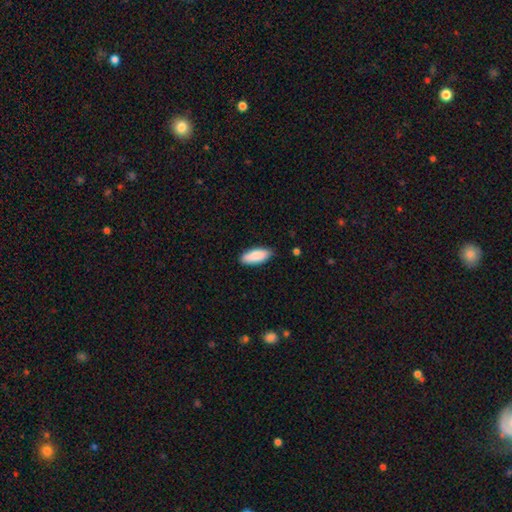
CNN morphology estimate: This is clearly a smooth galaxy (88%). How rounded: likely in between (78%). Merging: clearly none (86%).